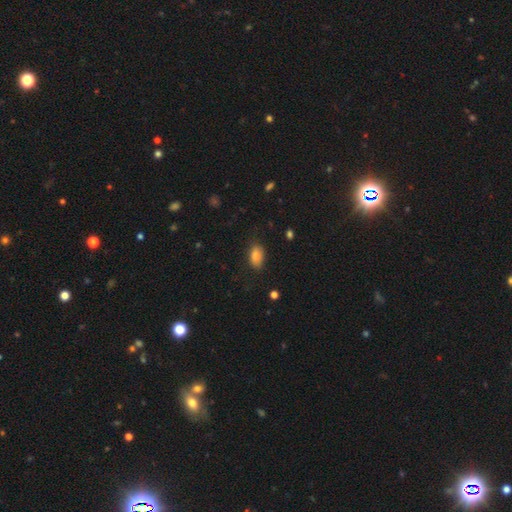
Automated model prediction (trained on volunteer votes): smooth 83%, star or artifact 9%, featured or disk 9%. Down the decision tree: how rounded — in between (90%); merging — none (79%).